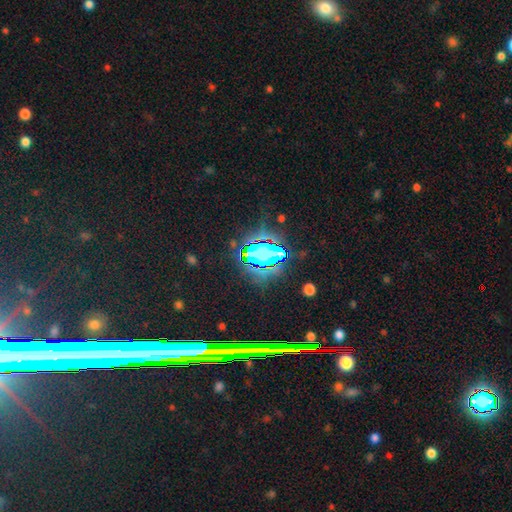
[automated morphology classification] Overall: star or artifact (75%).